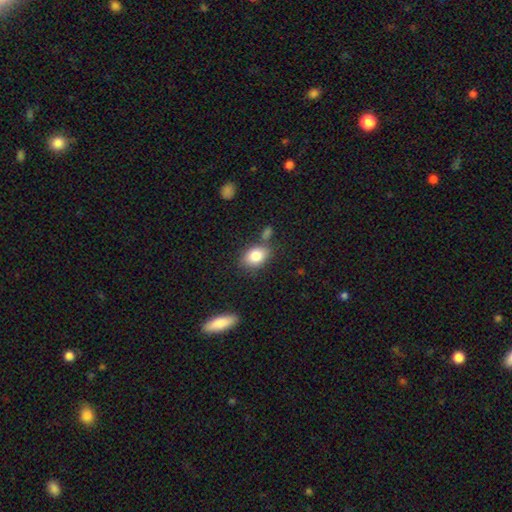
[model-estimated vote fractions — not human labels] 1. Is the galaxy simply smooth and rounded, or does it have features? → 83% smooth, 9% featured or disk, 8% star or artifact.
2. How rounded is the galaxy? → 76% in between, 22% round, 2% cigar-shaped.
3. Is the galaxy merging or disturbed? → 68% none, 16% minor disturbance, 12% merger, 5% major disturbance.